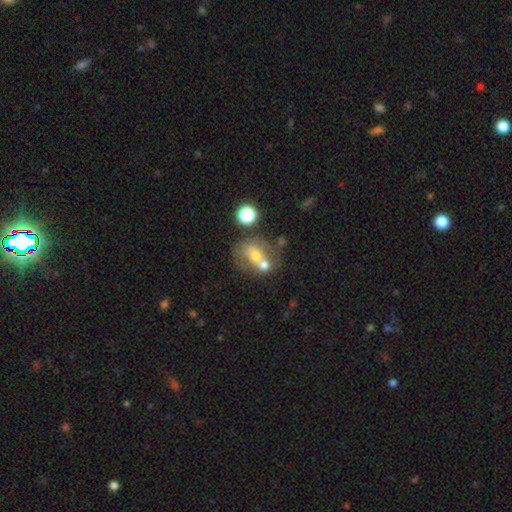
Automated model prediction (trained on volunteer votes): A smooth galaxy with no disk features (49%).

Vote fractions:
- Smooth or featured? smooth: 49% / featured or disk: 37% / star or artifact: 14%
- Merging? merger: 50% / none: 28% / minor disturbance: 12% / major disturbance: 10%